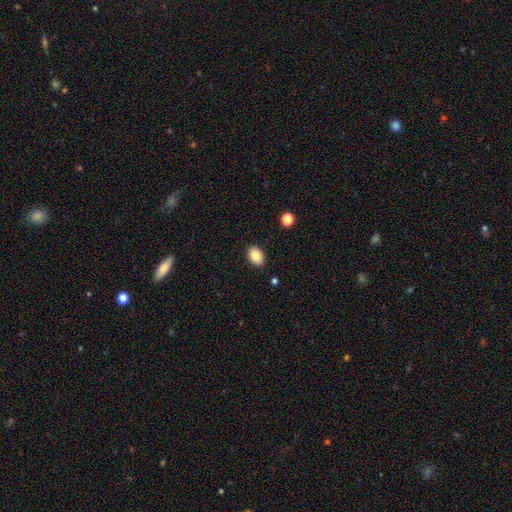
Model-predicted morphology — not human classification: Overall: smooth (86%). How rounded: in between (84%). Merging: none (88%).